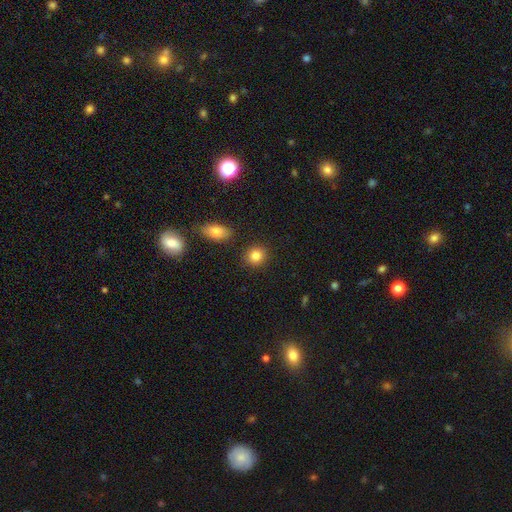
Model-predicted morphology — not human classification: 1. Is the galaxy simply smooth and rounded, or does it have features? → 85% smooth, 10% star or artifact, 6% featured or disk.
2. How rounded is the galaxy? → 82% round, 17% in between, 1% cigar-shaped.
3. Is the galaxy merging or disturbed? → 88% none, 7% minor disturbance, 3% merger, 2% major disturbance.